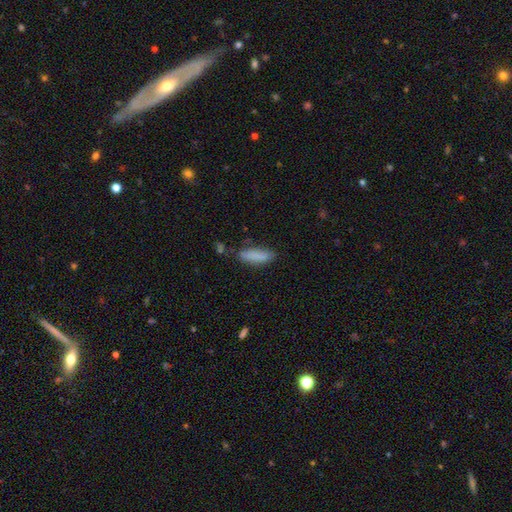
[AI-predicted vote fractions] Smooth or featured? Predicted: smooth (p=0.85). How rounded? Predicted: cigar-shaped (p=0.51). Merging? Predicted: none (p=0.73).